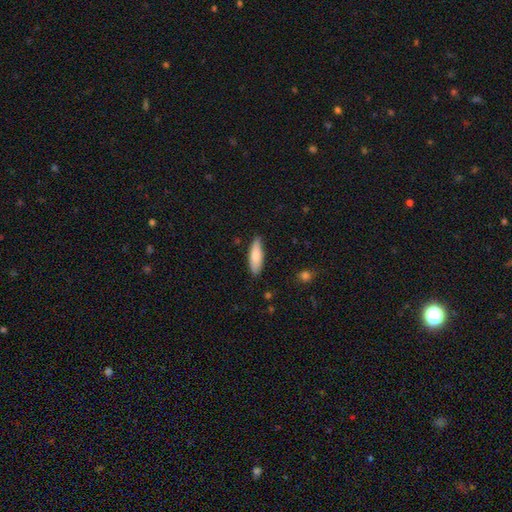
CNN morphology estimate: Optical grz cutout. It shows a smooth galaxy with no disk features (81%) that is in between round and cigar-shaped (50%). Merging: none (83%).